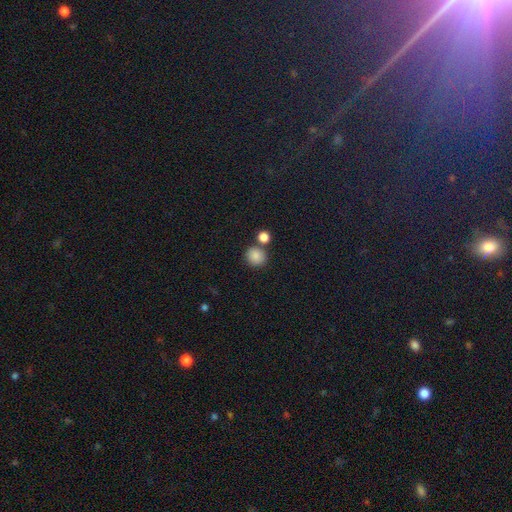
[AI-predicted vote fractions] smooth-or-featured: smooth: 85% | star or artifact: 10% | featured or disk: 4%
  how-rounded: round: 88% | in between: 11% | cigar-shaped: 1%
  merging: none: 73% | merger: 16% | minor disturbance: 9% | major disturbance: 3%